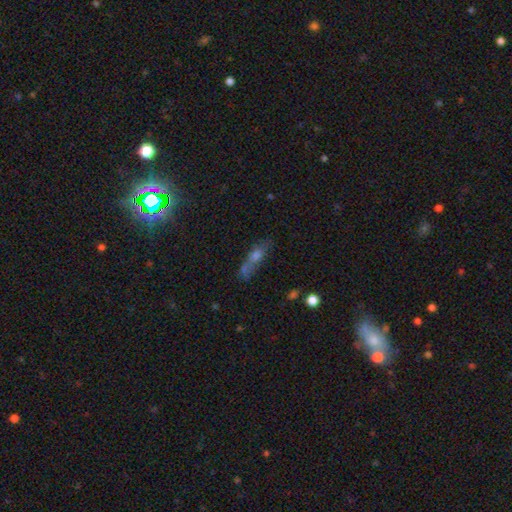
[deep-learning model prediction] Overall: smooth (51%; featured or disk 29%). How rounded: cigar-shaped (46%; in between 44%). Merging: none (44%; merger 29%).